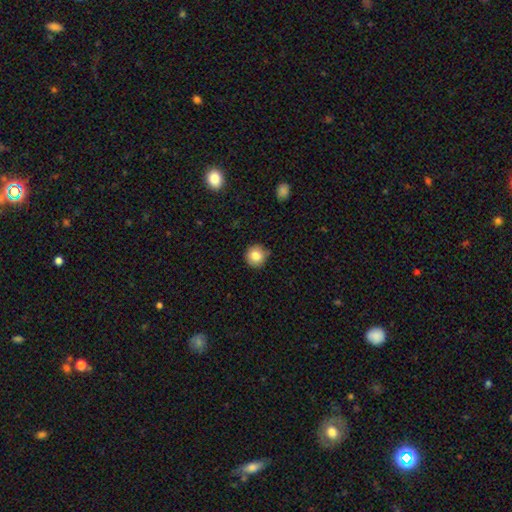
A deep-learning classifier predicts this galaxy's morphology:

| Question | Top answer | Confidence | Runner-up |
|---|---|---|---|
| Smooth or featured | smooth | 83% | star or artifact (10%) |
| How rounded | round | 94% | in between (5%) |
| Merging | none | 88% | minor disturbance (9%) |